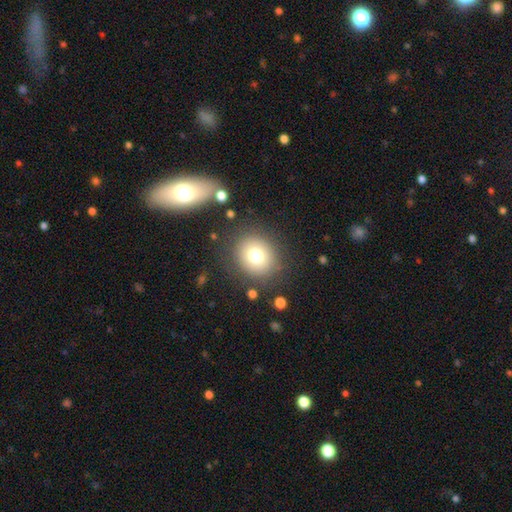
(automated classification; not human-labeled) This is likely a smooth galaxy (74%). How rounded: likely round (79%). Merging: clearly none (85%).